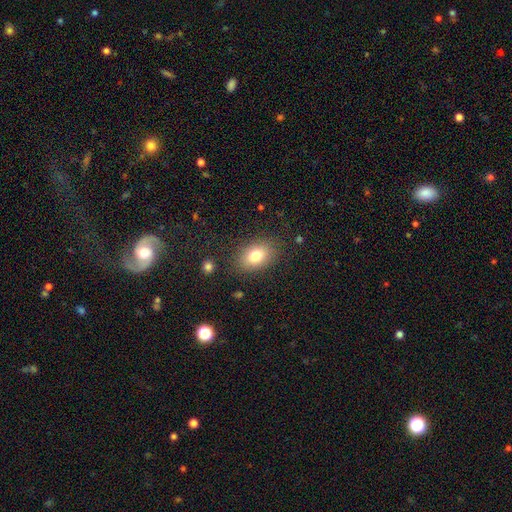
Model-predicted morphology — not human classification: Overall: smooth (78%). How rounded: in between (83%). Merging: none (84%).